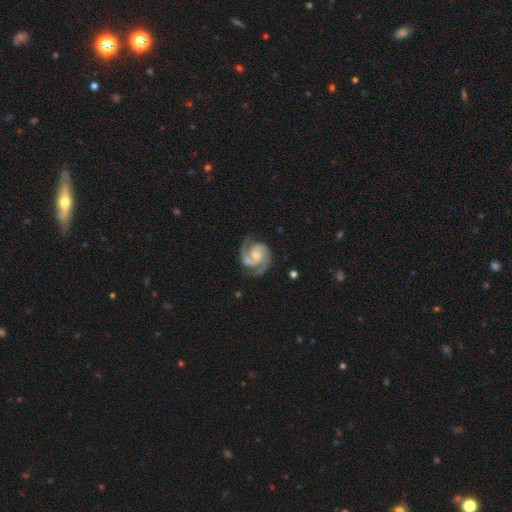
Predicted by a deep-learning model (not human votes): Morphology: type=featured or disk (93%); edge-on=no (98%); bar=no (59%); spiral arms=yes (99%); winding=medium (47%); arm count=2 (81%); bulge=moderate (49%); merging=none (77%).